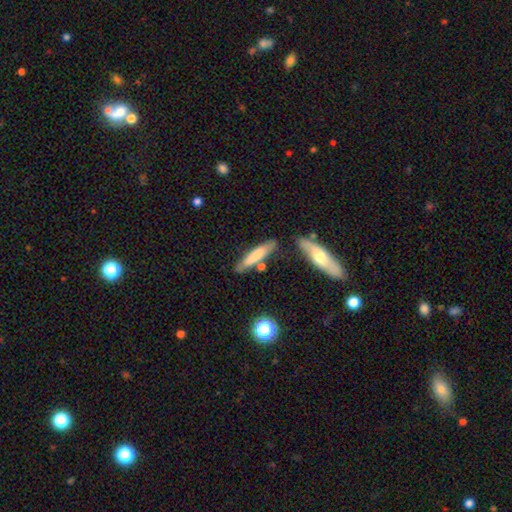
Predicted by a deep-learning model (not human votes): Smooth or featured?
  - smooth: 72% *
  - featured or disk: 21%
  - star or artifact: 6%
How rounded?
  - cigar-shaped: 82% *
  - in between: 16%
  - round: 2%
Merging?
  - none: 71% *
  - minor disturbance: 15%
  - merger: 11%
  - major disturbance: 4%